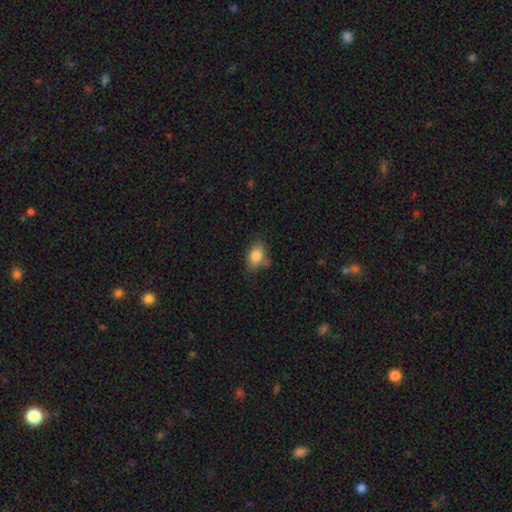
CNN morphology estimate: smooth 82%, featured or disk 9%, star or artifact 9%. Down the decision tree: how rounded — in between (79%); merging — none (59%).